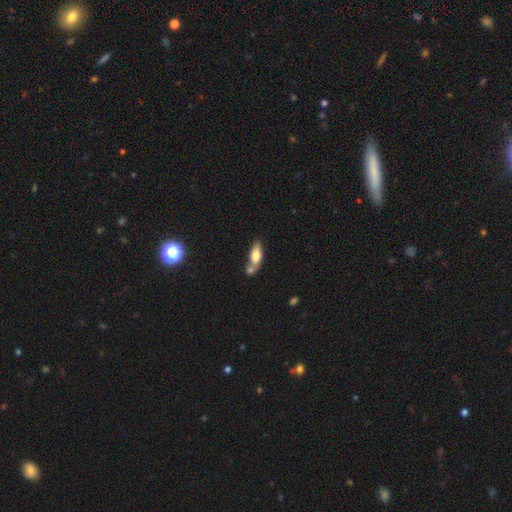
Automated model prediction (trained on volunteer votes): A smooth galaxy with no disk features (67%) that is in between round and cigar-shaped (70%).

Vote fractions:
- Smooth or featured? smooth: 67% / featured or disk: 25% / star or artifact: 7%
- How rounded? in between: 70% / cigar-shaped: 26% / round: 4%
- Merging? merger: 43% / none: 37% / minor disturbance: 15% / major disturbance: 5%